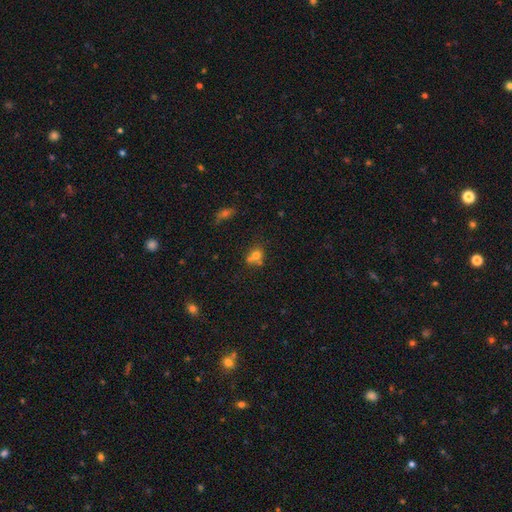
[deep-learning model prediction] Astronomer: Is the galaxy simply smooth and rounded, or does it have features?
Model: smooth — 69%.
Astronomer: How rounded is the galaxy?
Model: round — 73%.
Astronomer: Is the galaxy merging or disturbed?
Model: merger — 46% (runner-up: none, 40%).